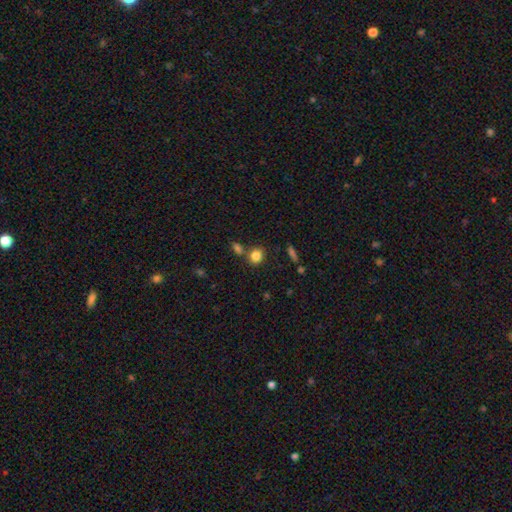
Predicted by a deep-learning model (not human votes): Smooth or featured: smooth — 84% (star or artifact — 10%)
How rounded: round — 68% (in between — 31%)
Merging: none — 67% (merger — 19%)